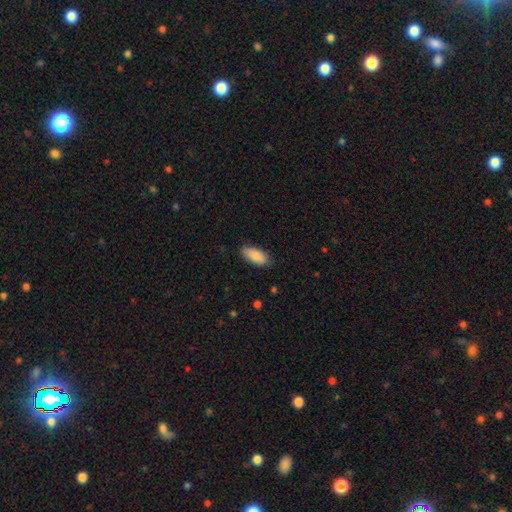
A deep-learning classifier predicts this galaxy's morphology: Overall: smooth (88%). How rounded: in between (89%). Merging: none (84%).